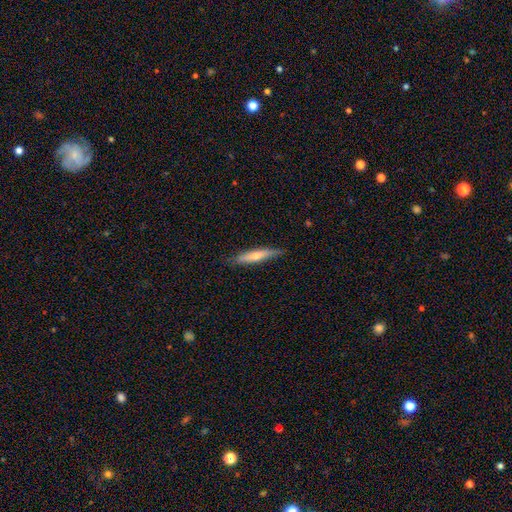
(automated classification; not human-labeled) A smooth galaxy with no disk features (53%) that is cigar-shaped (90%).

Vote fractions:
- Smooth or featured? smooth: 53% / featured or disk: 41% / star or artifact: 6%
- How rounded? cigar-shaped: 90% / in between: 9% / round: 1%
- Merging? none: 84% / minor disturbance: 13% / major disturbance: 2% / merger: 1%